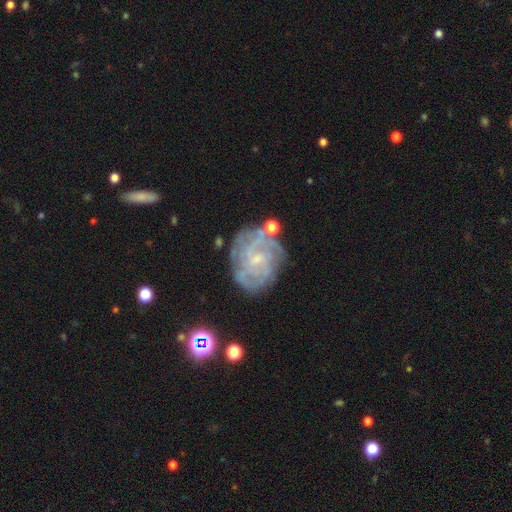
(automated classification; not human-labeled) smooth-or-featured: featured or disk: 76% | star or artifact: 12% | smooth: 12%
  disk-edge-on: no: 97% | yes: 3%
    bar: no: 58% | weak: 34% | strong: 8%
    has-spiral-arms: yes: 91% | no: 9%
      spiral-winding: tight: 63% | medium: 29% | loose: 8%
      spiral-arm-count: can't tell: 38% | 4: 17% | 3: 16% | 2: 14% | more than 4: 8% | 1: 7%
    bulge-size: small: 75% | moderate: 17% | none: 6% | large: 1% | dominant: 1%
  merging: none: 71% | minor disturbance: 17% | major disturbance: 7% | merger: 5%